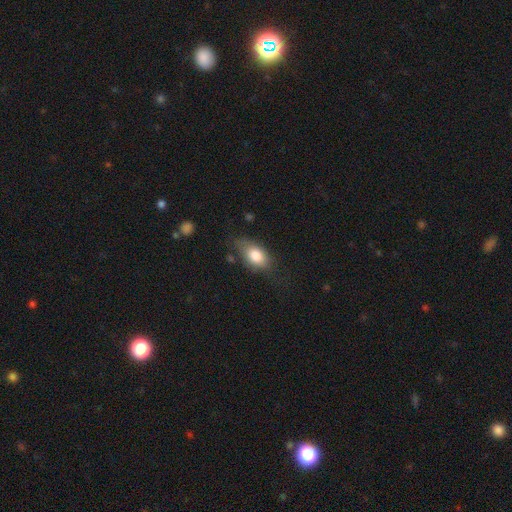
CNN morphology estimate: This appears to be a smooth galaxy with no disk features (81%) that is in between round and cigar-shaped (87%). Merging: none (60%).